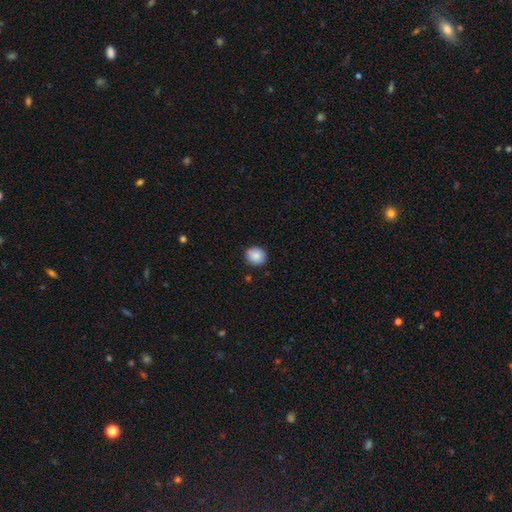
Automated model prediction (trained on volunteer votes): Q: Smooth or featured?
A: smooth (87%); runner-up: star or artifact (8%)
Q: How rounded?
A: round (79%); runner-up: in between (20%)
Q: Merging?
A: none (86%); runner-up: minor disturbance (11%)